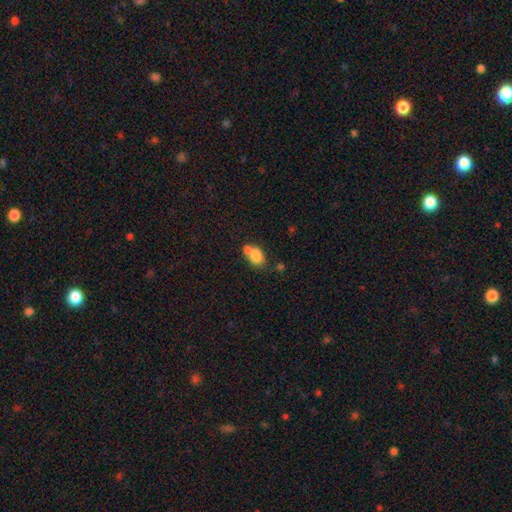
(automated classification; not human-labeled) Smooth or featured?
  - smooth: 80% *
  - featured or disk: 11%
  - star or artifact: 9%
How rounded?
  - in between: 72% *
  - round: 26%
  - cigar-shaped: 1%
Merging?
  - merger: 47% *
  - none: 36%
  - minor disturbance: 12%
  - major disturbance: 5%